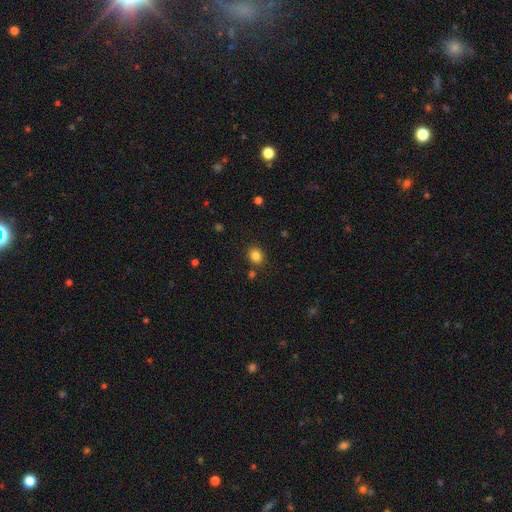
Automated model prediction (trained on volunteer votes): Q: Smooth or featured?
A: smooth (84%); runner-up: star or artifact (11%)
Q: How rounded?
A: round (55%); runner-up: in between (44%)
Q: Merging?
A: none (82%); runner-up: minor disturbance (10%)